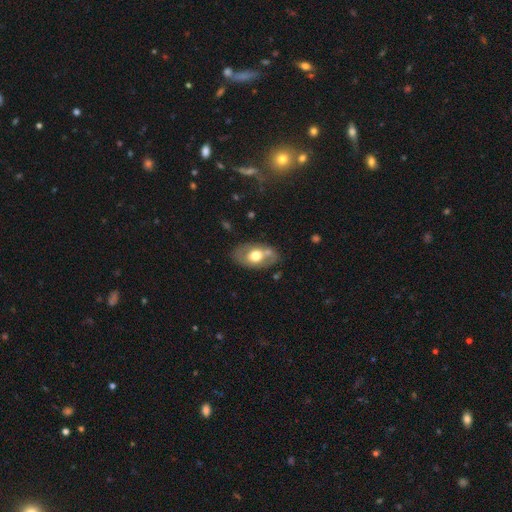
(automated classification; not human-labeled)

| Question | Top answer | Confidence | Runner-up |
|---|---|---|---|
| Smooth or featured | smooth | 49% | featured or disk (45%) |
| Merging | none | 68% | minor disturbance (20%) |